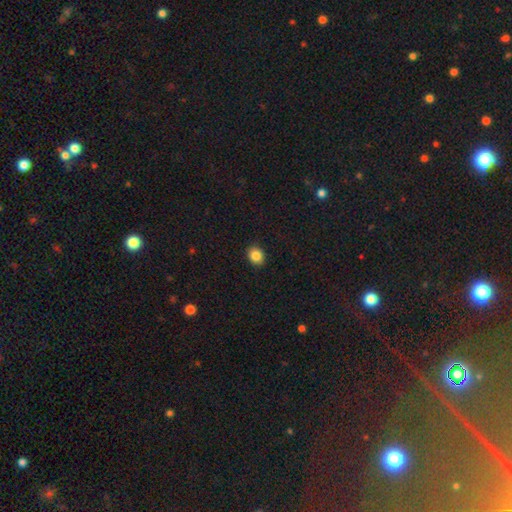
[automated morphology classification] A smooth galaxy with no disk features (85%) that is round (62%). Merging: none (91%).